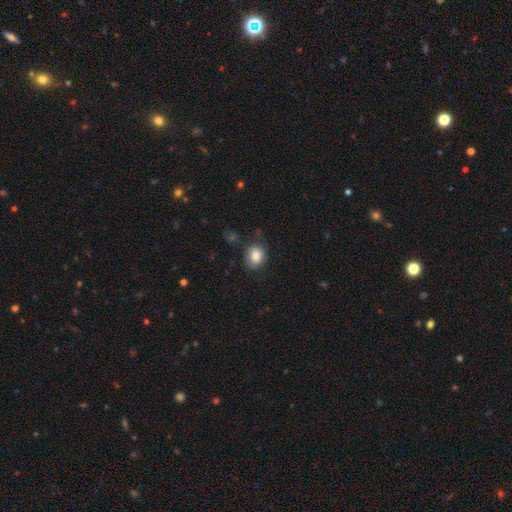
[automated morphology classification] Q: Smooth or featured?
A: smooth (82%); runner-up: star or artifact (9%)
Q: How rounded?
A: round (59%); runner-up: in between (40%)
Q: Merging?
A: none (77%); runner-up: minor disturbance (16%)